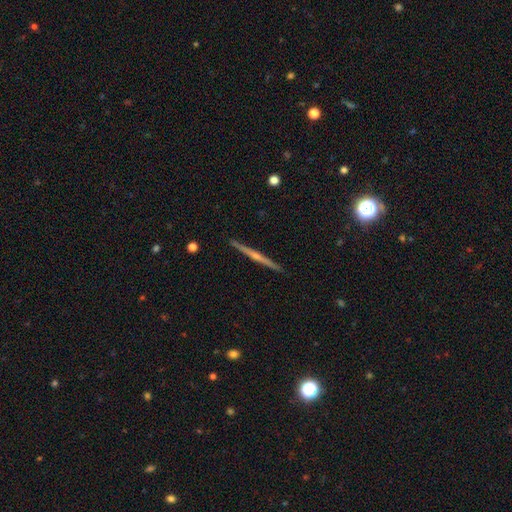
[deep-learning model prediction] This is likely a featured or disk galaxy (68%). It is clearly viewed edge-on (96%). Edge-on bulge: likely rounded (66%). Merging: clearly none (90%).